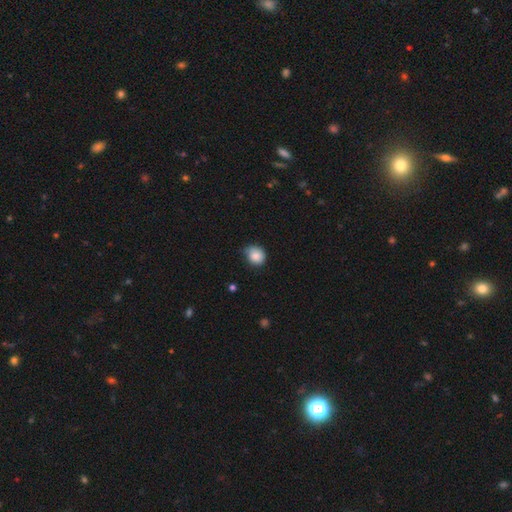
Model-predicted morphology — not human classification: Q: Smooth or featured?
A: smooth (86%); runner-up: star or artifact (9%)
Q: How rounded?
A: round (62%); runner-up: in between (37%)
Q: Merging?
A: none (62%); runner-up: minor disturbance (32%)